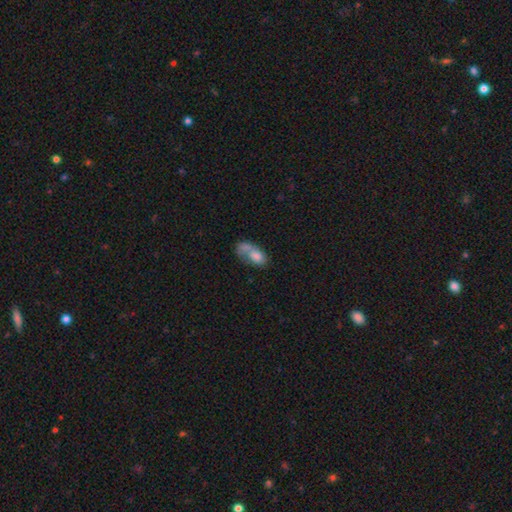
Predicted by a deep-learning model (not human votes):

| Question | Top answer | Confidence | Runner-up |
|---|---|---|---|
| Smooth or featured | smooth | 68% | featured or disk (23%) |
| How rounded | in between | 85% | round (11%) |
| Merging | merger | 52% | none (20%) |